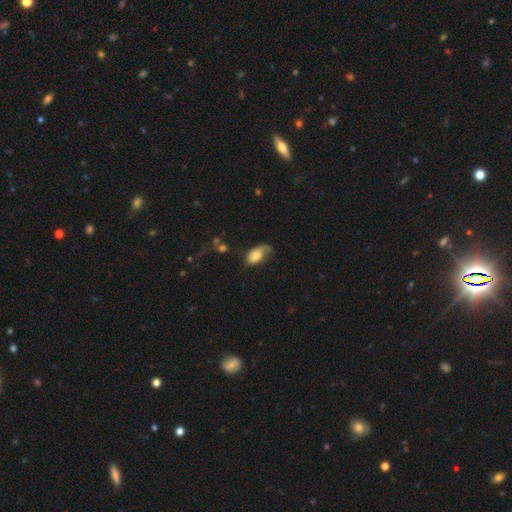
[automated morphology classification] smooth-or-featured: smooth: 66% | featured or disk: 26% | star or artifact: 8%
  how-rounded: in between: 90% | round: 7% | cigar-shaped: 3%
  merging: none: 34% | minor disturbance: 31% | major disturbance: 31% | merger: 4%